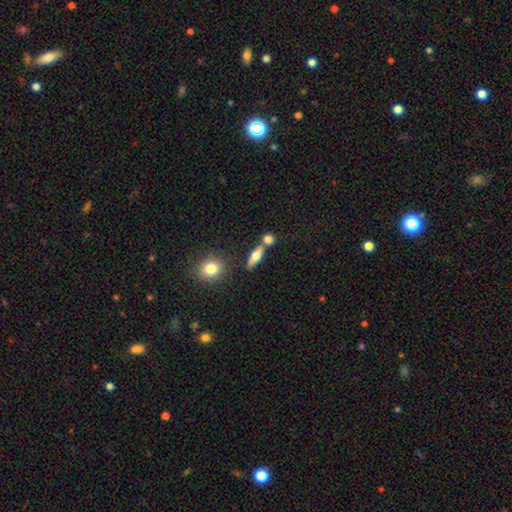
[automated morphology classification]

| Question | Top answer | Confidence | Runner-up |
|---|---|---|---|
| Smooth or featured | smooth | 57% | featured or disk (35%) |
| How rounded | cigar-shaped | 47% | in between (44%) |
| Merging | none | 66% | merger (20%) |